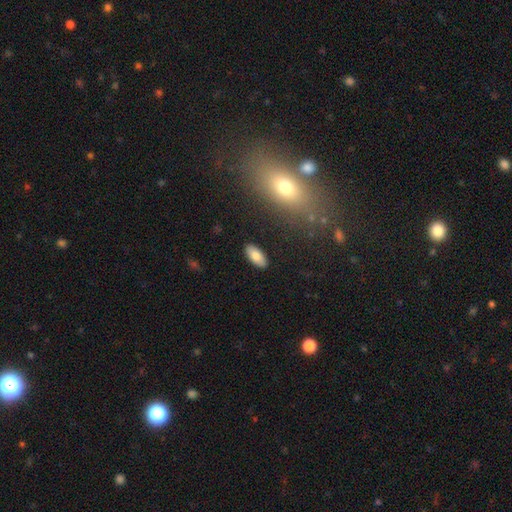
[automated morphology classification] Smooth or featured: smooth — 80% (featured or disk — 13%)
How rounded: in between — 90% (cigar-shaped — 8%)
Merging: none — 89% (minor disturbance — 8%)